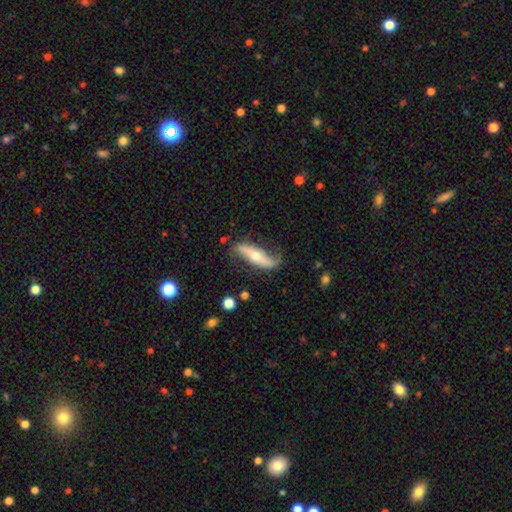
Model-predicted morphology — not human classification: Overall: featured or disk (71%). Edge-on disk: no (66%; yes 34%). Merging: none (70%).